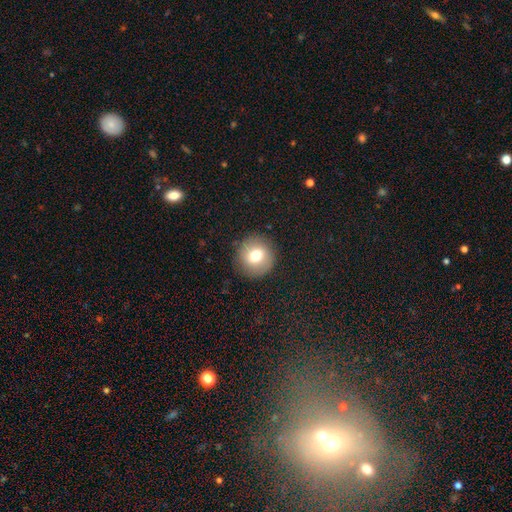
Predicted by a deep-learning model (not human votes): Smooth or featured? smooth (71%)
How rounded? round (92%)
Merging? none (89%)